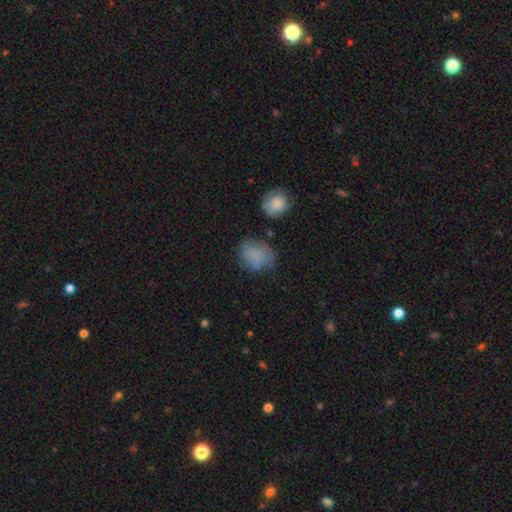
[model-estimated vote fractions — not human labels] Q: Smooth or featured?
A: smooth (77%); runner-up: featured or disk (13%)
Q: How rounded?
A: in between (57%); runner-up: round (42%)
Q: Merging?
A: none (57%); runner-up: minor disturbance (26%)